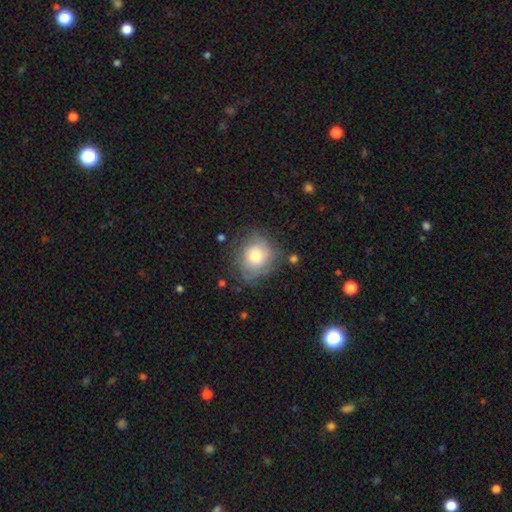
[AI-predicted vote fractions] This is likely a smooth galaxy (63%). How rounded: likely round (75%). Merging: likely none (65%).